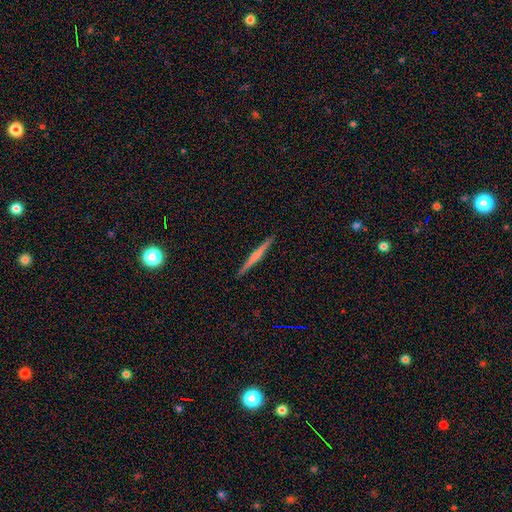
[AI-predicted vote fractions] Smooth or featured? featured or disk (52%)
Edge-on disk? yes (98%)
Edge-on bulge? none (59%)
Merging? none (92%)